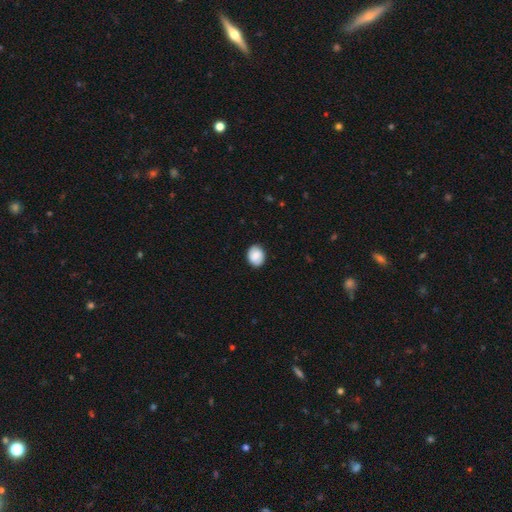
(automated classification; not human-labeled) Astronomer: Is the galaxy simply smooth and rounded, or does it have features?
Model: smooth — 83%.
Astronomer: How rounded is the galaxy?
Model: round — 53% (runner-up: in between, 46%).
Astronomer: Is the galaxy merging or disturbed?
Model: none — 87%.